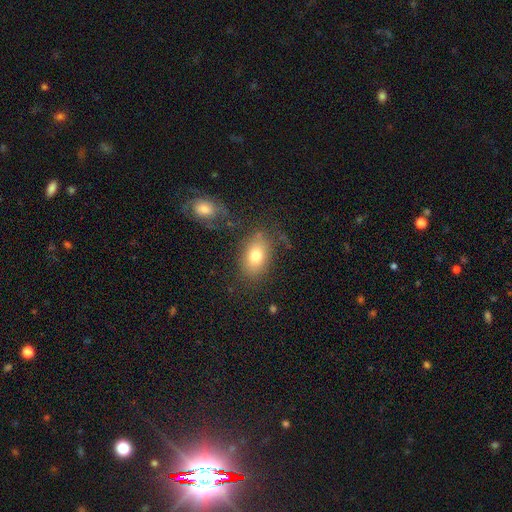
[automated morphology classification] A smooth galaxy with no disk features (77%) that is in between round and cigar-shaped (86%).

Vote fractions:
- Smooth or featured? smooth: 77% / featured or disk: 14% / star or artifact: 9%
- How rounded? in between: 86% / round: 13% / cigar-shaped: 2%
- Merging? none: 74% / minor disturbance: 15% / major disturbance: 6% / merger: 6%